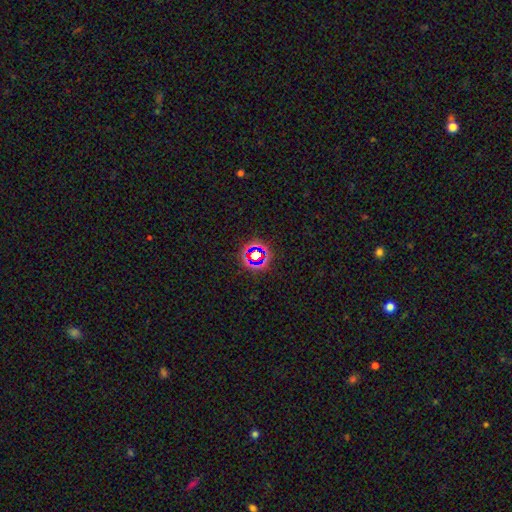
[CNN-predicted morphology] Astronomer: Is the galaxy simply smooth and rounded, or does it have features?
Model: star or artifact — 67%.